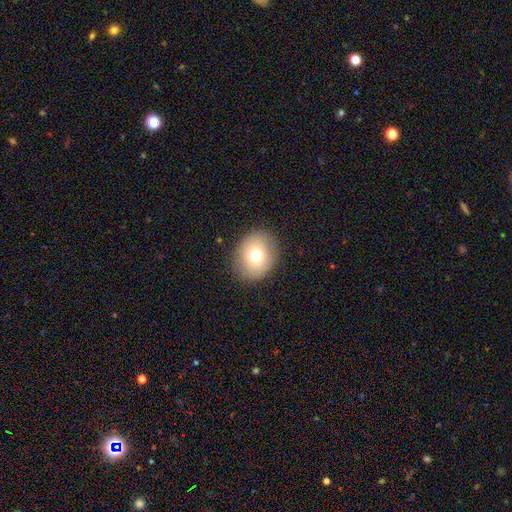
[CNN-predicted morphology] The model was most divided on "how rounded": round: 55%, in between: 44%, cigar-shaped: 1%. More confident: merging — none (88%); smooth or featured — smooth (74%).